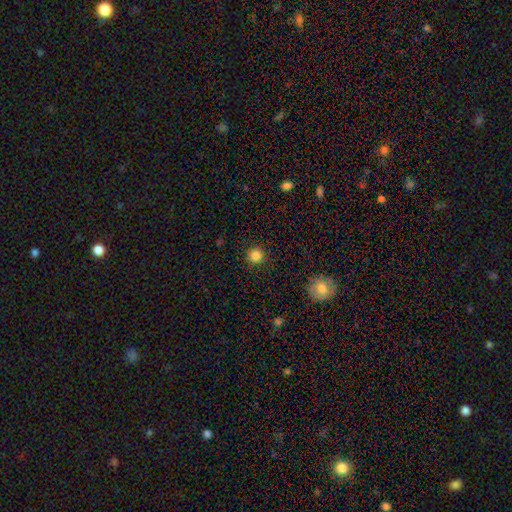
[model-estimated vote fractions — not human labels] smooth 85%, star or artifact 11%, featured or disk 4%. Down the decision tree: how rounded — round (95%); merging — none (92%).